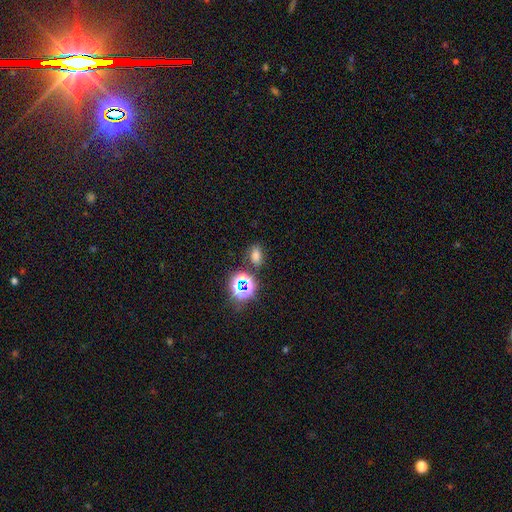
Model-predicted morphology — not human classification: A smooth galaxy with no disk features (61%) that is in between round and cigar-shaped (77%). Merging: none (74%).